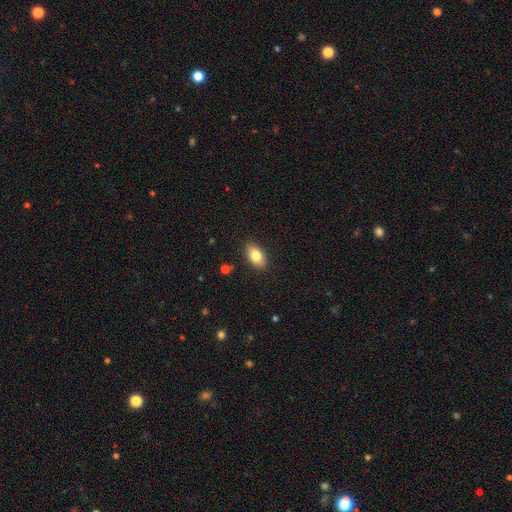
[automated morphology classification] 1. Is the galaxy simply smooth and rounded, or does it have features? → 81% smooth, 12% featured or disk, 8% star or artifact.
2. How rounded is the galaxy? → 90% in between, 7% round, 3% cigar-shaped.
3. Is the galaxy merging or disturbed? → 89% none, 8% minor disturbance, 2% major disturbance, 1% merger.